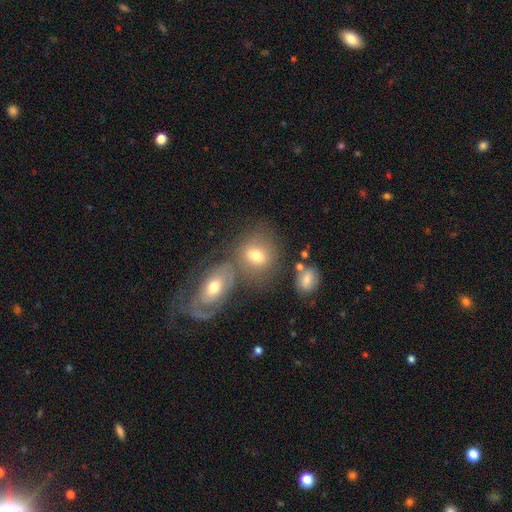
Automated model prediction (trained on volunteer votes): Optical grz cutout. It shows a smooth galaxy with no disk features (65%) that is in between round and cigar-shaped (50%). Merging: none (45%).